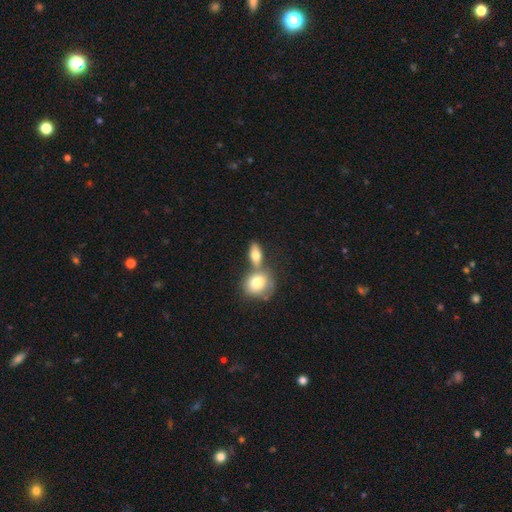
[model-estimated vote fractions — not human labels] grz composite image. It shows a smooth galaxy with no disk features (75%) that is in between round and cigar-shaped (74%). Merging: merger (44%).